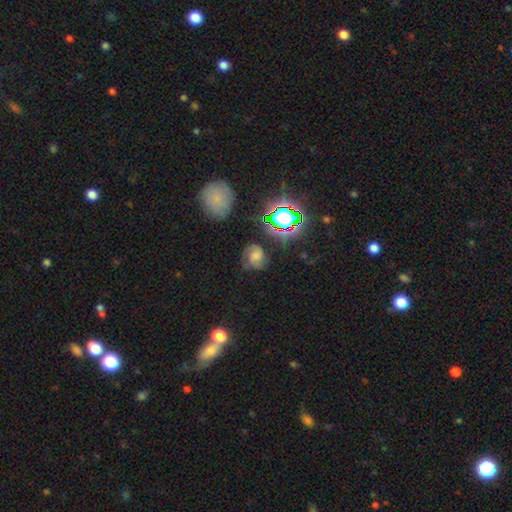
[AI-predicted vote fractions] A featured or disk galaxy (42%).

Vote fractions:
- Smooth or featured? featured or disk: 42% / smooth: 38% / star or artifact: 20%
- Merging? none: 58% / minor disturbance: 24% / major disturbance: 15% / merger: 3%